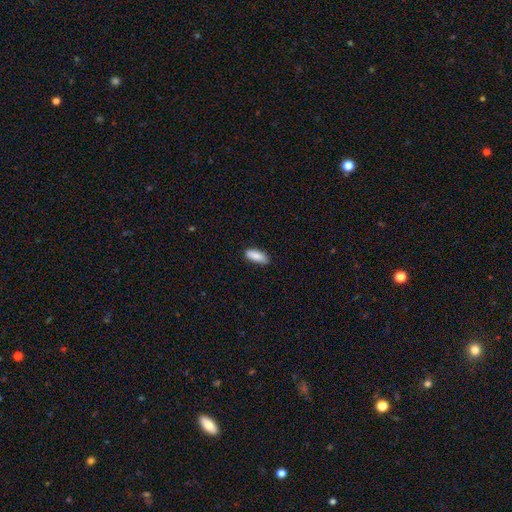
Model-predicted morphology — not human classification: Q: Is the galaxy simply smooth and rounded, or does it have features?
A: smooth — 87%.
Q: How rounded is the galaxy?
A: in between — 72%.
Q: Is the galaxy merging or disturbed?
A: none — 83%.